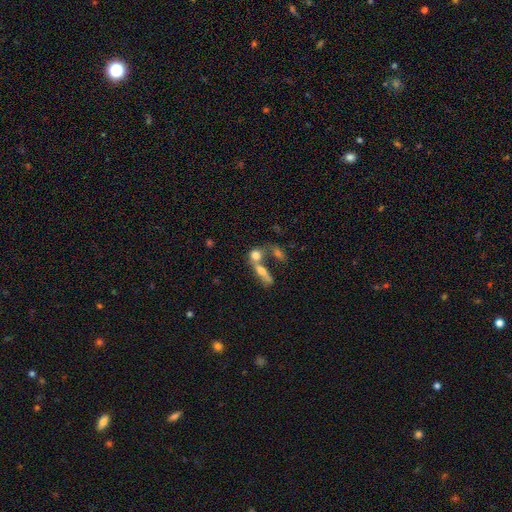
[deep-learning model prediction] A smooth galaxy with no disk features (66%) that is in between round and cigar-shaped (44%). Merging: merger (57%).